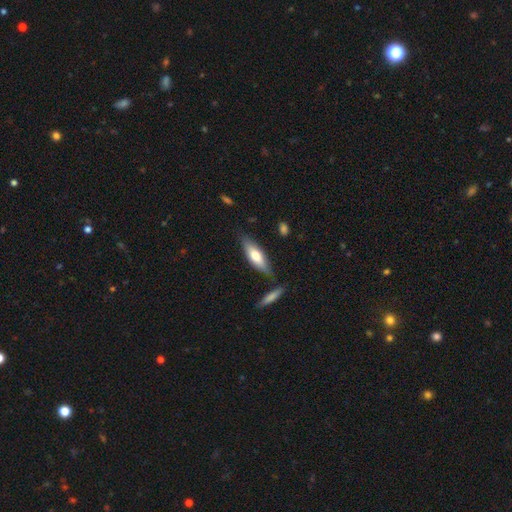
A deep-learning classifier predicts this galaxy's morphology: smooth-or-featured: smooth: 65% | featured or disk: 30% | star or artifact: 6%
  how-rounded: cigar-shaped: 50% | in between: 49% | round: 2%
  merging: none: 78% | minor disturbance: 14% | merger: 6% | major disturbance: 3%